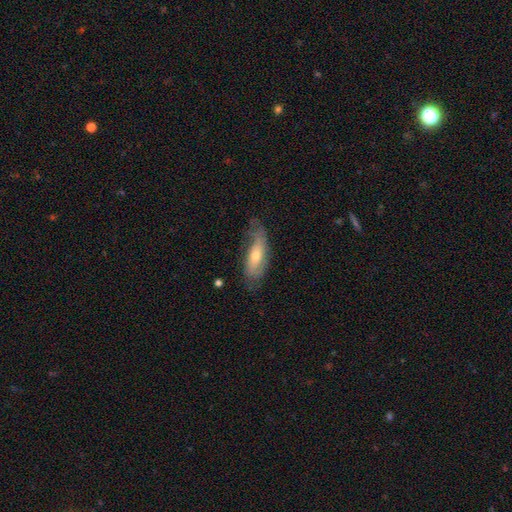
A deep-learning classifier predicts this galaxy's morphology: This is possibly a featured or disk galaxy (52%). It is likely not viewed edge-on (73%). Merging: possibly none (54%).